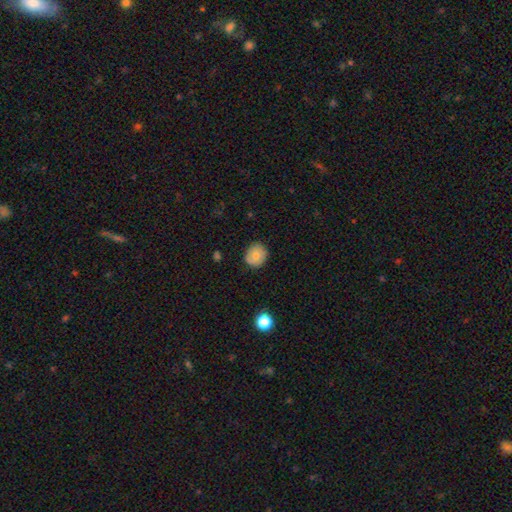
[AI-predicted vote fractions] smooth-or-featured: smooth: 74% | featured or disk: 17% | star or artifact: 9%
  how-rounded: round: 79% | in between: 20% | cigar-shaped: 1%
  merging: none: 80% | minor disturbance: 16% | major disturbance: 3% | merger: 1%